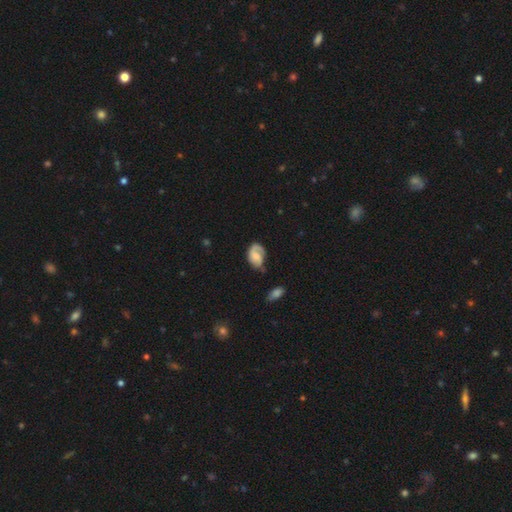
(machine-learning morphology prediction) Smooth or featured: featured or disk — 50% (smooth — 42%)
Edge-on disk: no — 97% (yes — 3%)
Merging: none — 48% (minor disturbance — 28%)